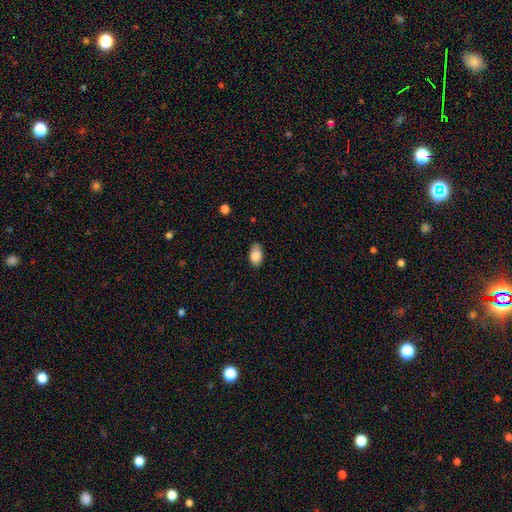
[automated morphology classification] smooth_or_featured: smooth (p=0.85) [alt: featured or disk p=0.07]
how_rounded: in between (p=0.92) [alt: round p=0.06]
merging: none (p=0.78) [alt: minor disturbance p=0.18]